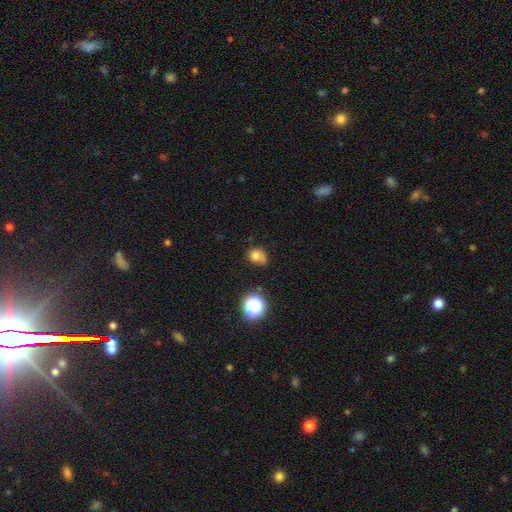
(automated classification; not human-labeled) A smooth galaxy with no disk features (73%) that is round (63%).

Vote fractions:
- Smooth or featured? smooth: 73% / star or artifact: 15% / featured or disk: 12%
- How rounded? round: 63% / in between: 36% / cigar-shaped: 1%
- Merging? none: 45% / minor disturbance: 31% / major disturbance: 14% / merger: 10%